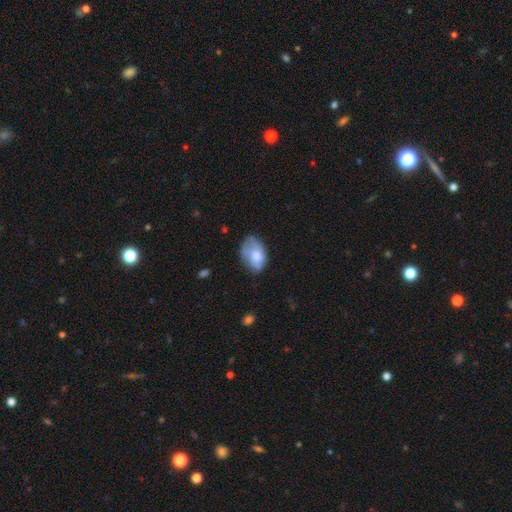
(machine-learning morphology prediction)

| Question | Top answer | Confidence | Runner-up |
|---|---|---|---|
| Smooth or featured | smooth | 67% | featured or disk (26%) |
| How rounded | in between | 87% | round (12%) |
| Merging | none | 55% | minor disturbance (31%) |